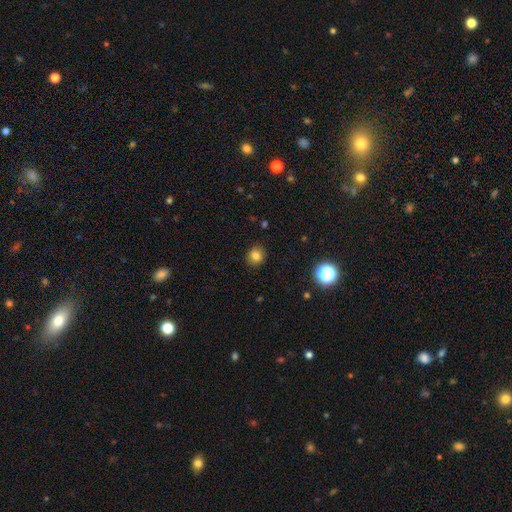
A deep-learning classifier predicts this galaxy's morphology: Smooth or featured?
  - smooth: 80% *
  - star or artifact: 13%
  - featured or disk: 7%
How rounded?
  - round: 77% *
  - in between: 22%
  - cigar-shaped: 1%
Merging?
  - none: 89% *
  - minor disturbance: 8%
  - major disturbance: 2%
  - merger: 1%